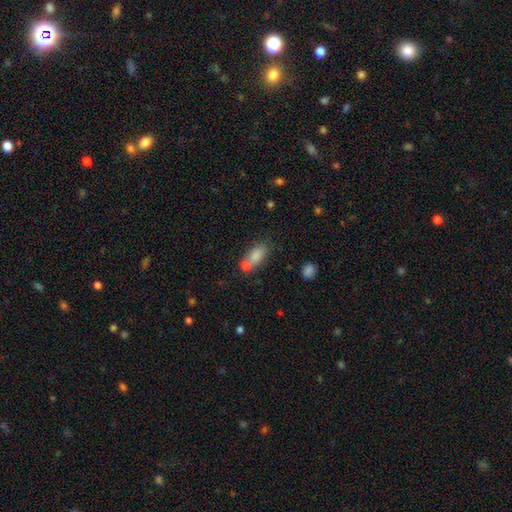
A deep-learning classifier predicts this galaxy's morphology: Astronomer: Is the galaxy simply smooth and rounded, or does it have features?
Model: smooth — 80%.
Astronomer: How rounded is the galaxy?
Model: in between — 82%.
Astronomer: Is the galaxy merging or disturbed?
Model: none — 45% (runner-up: merger, 37%).